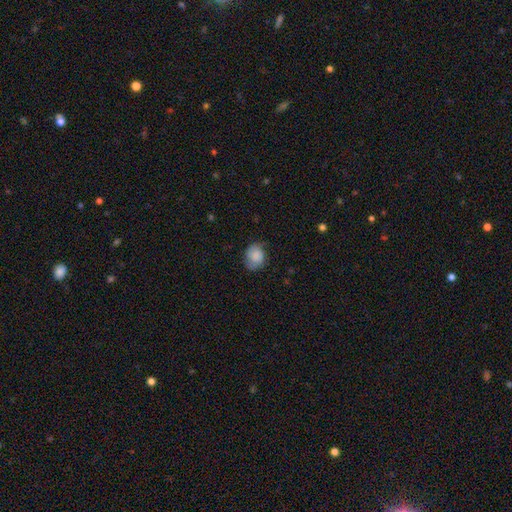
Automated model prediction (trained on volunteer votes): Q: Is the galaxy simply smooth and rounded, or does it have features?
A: smooth — 76%.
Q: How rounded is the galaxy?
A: round — 53%.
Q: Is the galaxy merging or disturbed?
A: none — 64%.